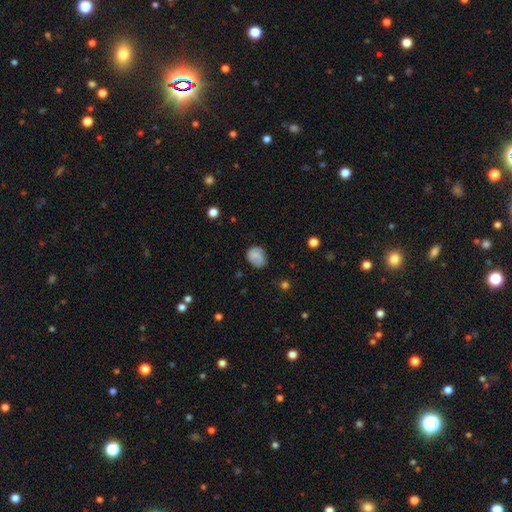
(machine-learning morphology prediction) type=smooth (72%); roundness=round (53%); merging=none (64%).